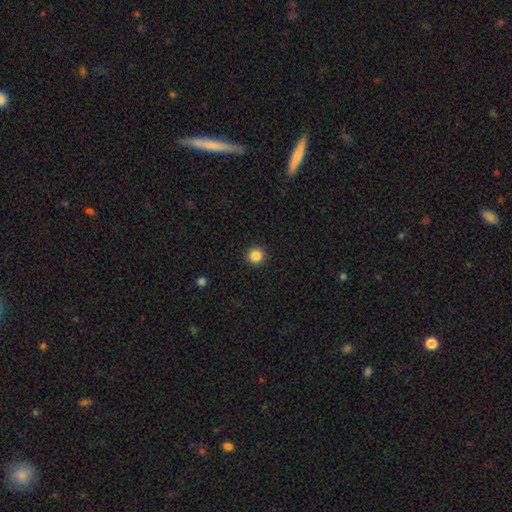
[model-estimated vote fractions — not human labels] This appears to be a smooth galaxy with no disk features (86%) that is round (94%). Merging: none (93%).